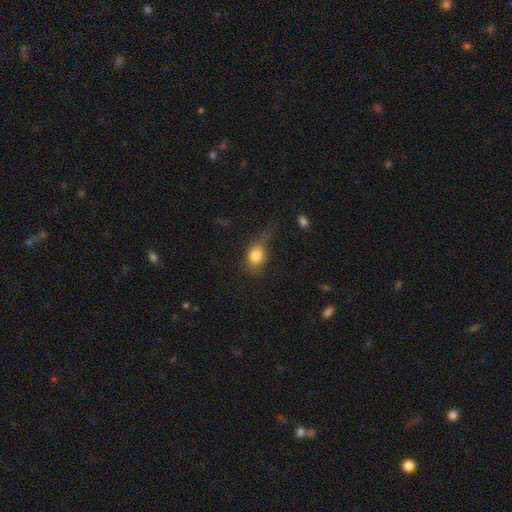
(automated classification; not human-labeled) Smooth or featured? smooth (77%)
How rounded? in between (55%)
Merging? minor disturbance (32%, tied with none)